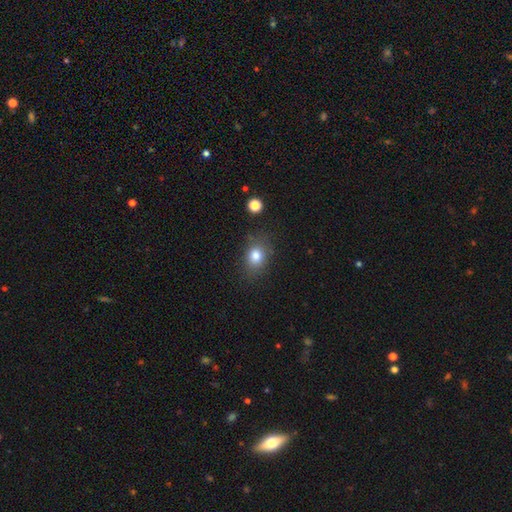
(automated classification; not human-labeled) Smooth or featured?
  - smooth: 81% *
  - star or artifact: 11%
  - featured or disk: 8%
How rounded?
  - in between: 59% *
  - round: 39%
  - cigar-shaped: 1%
Merging?
  - none: 76% *
  - minor disturbance: 16%
  - major disturbance: 6%
  - merger: 3%